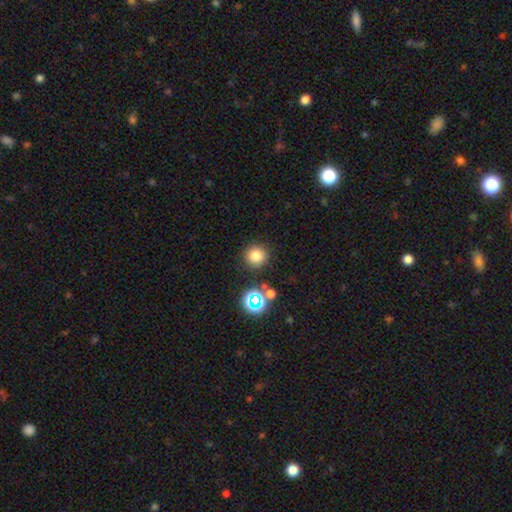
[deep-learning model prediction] Smooth or featured: smooth — 77% (star or artifact — 16%)
How rounded: round — 94% (in between — 5%)
Merging: none — 85% (minor disturbance — 7%)